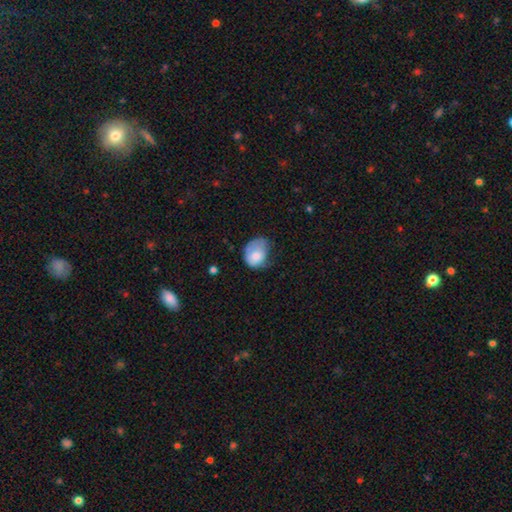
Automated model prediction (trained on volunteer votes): smooth_or_featured: smooth (p=0.74) [alt: featured or disk p=0.19]
how_rounded: in between (p=0.64) [alt: round p=0.35]
merging: minor disturbance (p=0.41) [alt: none p=0.31]